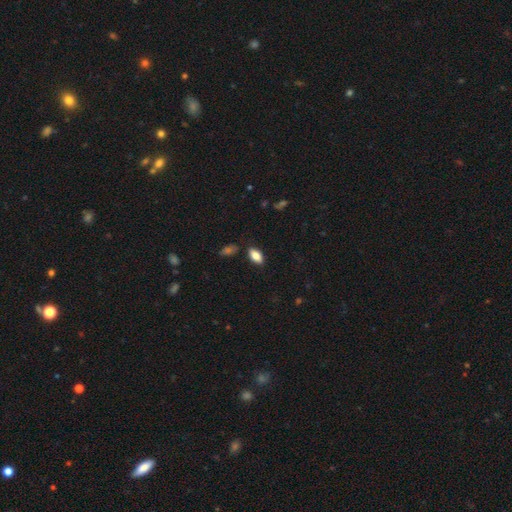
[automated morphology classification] This is clearly a smooth galaxy (85%). How rounded: clearly in between (92%). Merging: clearly none (84%).